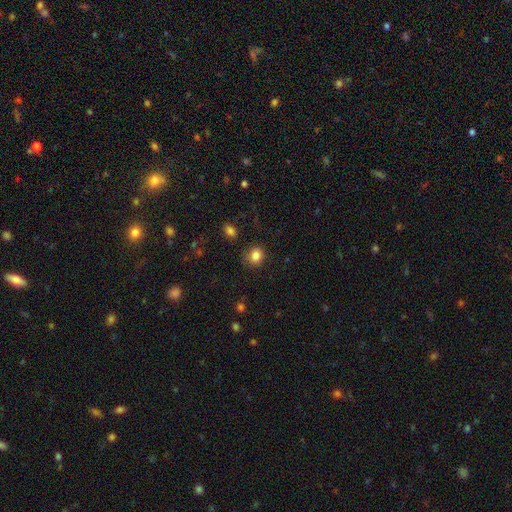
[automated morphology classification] Smooth or featured?
  - smooth: 84% *
  - star or artifact: 11%
  - featured or disk: 5%
How rounded?
  - round: 70% *
  - in between: 29%
  - cigar-shaped: 1%
Merging?
  - none: 79% *
  - minor disturbance: 15%
  - major disturbance: 4%
  - merger: 2%